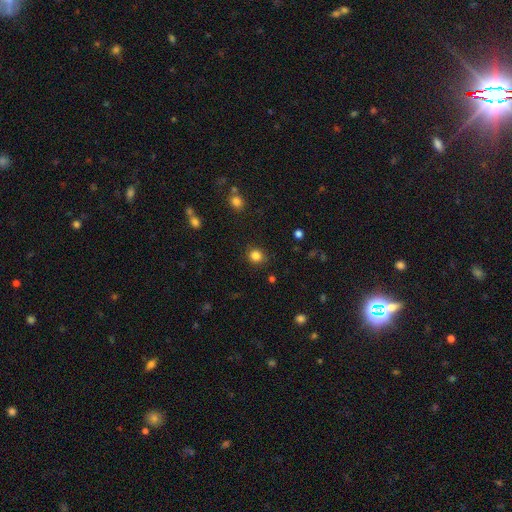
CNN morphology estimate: smooth-or-featured: smooth: 83% | star or artifact: 13% | featured or disk: 4%
  how-rounded: round: 86% | in between: 13% | cigar-shaped: 1%
  merging: none: 88% | minor disturbance: 8% | major disturbance: 3% | merger: 1%